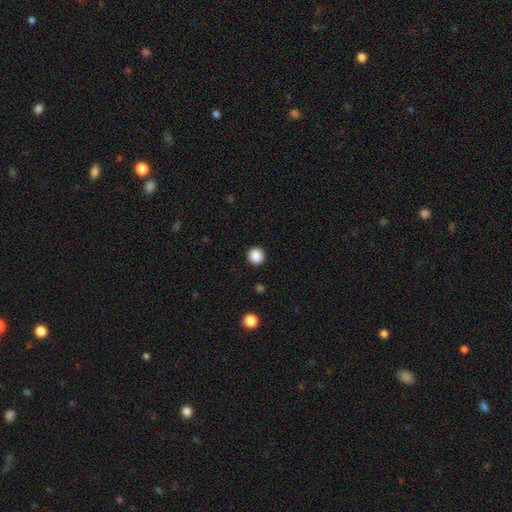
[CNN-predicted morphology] This appears to be a smooth galaxy with no disk features (88%) that is round (94%). Merging: none (93%).